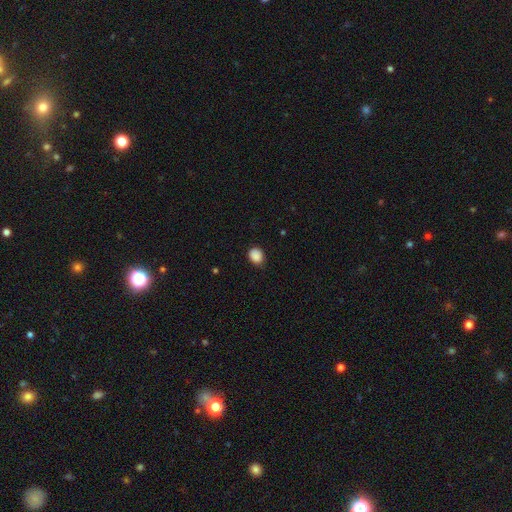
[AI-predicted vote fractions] Q: Smooth or featured?
A: smooth (88%); runner-up: star or artifact (9%)
Q: How rounded?
A: round (60%); runner-up: in between (39%)
Q: Merging?
A: none (80%); runner-up: minor disturbance (16%)